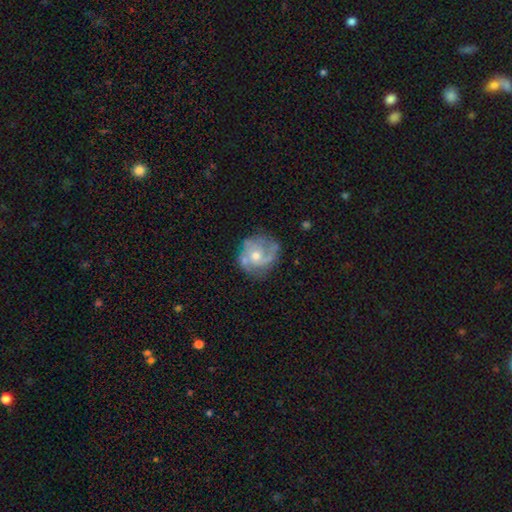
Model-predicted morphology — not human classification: featured or disk 74%, smooth 19%, star or artifact 7%. Down the decision tree: edge-on disk — no (98%); bar — no (74%); spiral arms — yes (84%); spiral arm count — 2 (40%); spiral winding — medium (44%); bulge size — moderate (59%); merging — none (64%).